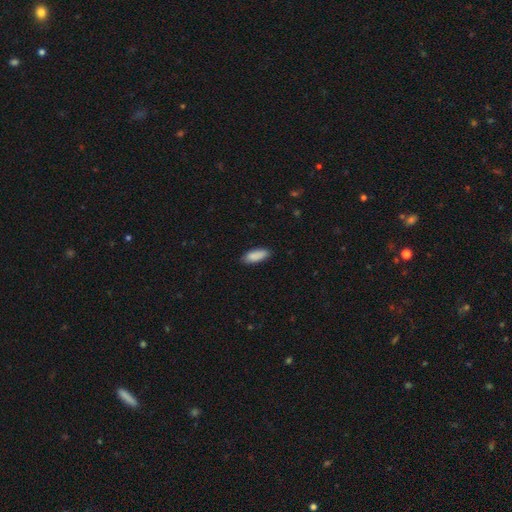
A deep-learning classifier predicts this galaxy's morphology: A smooth galaxy with no disk features (89%) that is in between round and cigar-shaped (75%).

Vote fractions:
- Smooth or featured? smooth: 89% / star or artifact: 6% / featured or disk: 4%
- How rounded? in between: 75% / cigar-shaped: 23% / round: 2%
- Merging? none: 86% / minor disturbance: 11% / major disturbance: 2% / merger: 1%